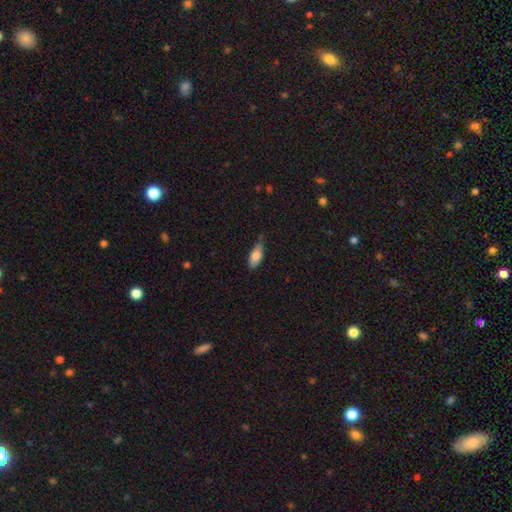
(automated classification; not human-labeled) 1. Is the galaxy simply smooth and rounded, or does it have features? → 80% smooth, 13% featured or disk, 7% star or artifact.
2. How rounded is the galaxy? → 82% in between, 16% cigar-shaped, 2% round.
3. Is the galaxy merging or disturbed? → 54% none, 37% minor disturbance, 7% major disturbance, 2% merger.